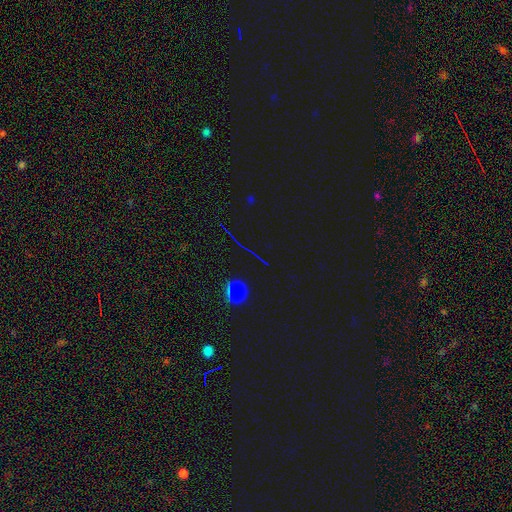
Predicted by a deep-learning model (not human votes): This appears to be a star or artifact, not a galaxy (74%).